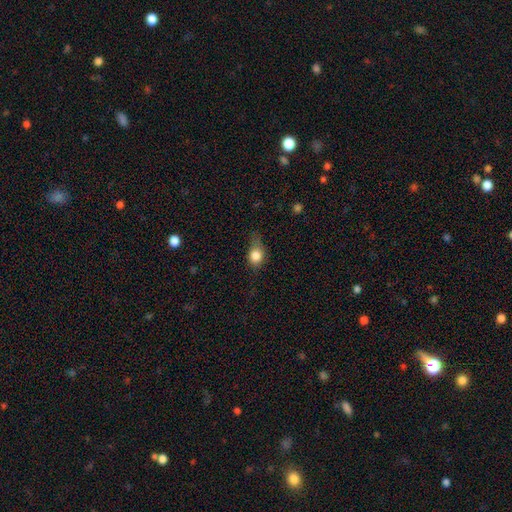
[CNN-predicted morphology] Smooth or featured?
  - smooth: 79% *
  - featured or disk: 11%
  - star or artifact: 10%
How rounded?
  - round: 56% *
  - in between: 42%
  - cigar-shaped: 3%
Merging?
  - none: 43% *
  - minor disturbance: 37%
  - major disturbance: 18%
  - merger: 2%